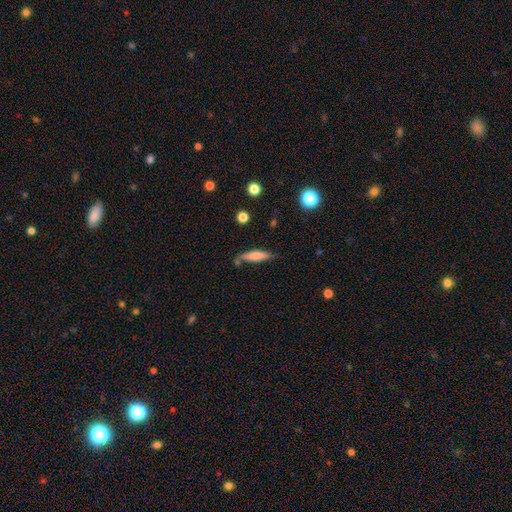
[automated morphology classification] Smooth or featured? Predicted: smooth (p=0.63). How rounded? Predicted: cigar-shaped (p=0.75). Merging? Predicted: none (p=0.64).